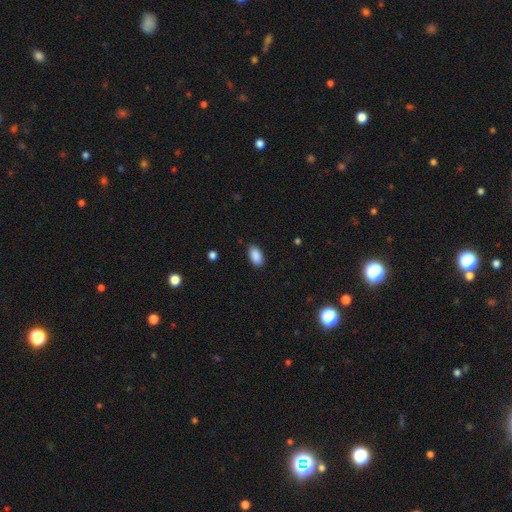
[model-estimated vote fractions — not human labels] Q: Smooth or featured?
A: smooth (90%); runner-up: star or artifact (7%)
Q: How rounded?
A: in between (94%); runner-up: round (4%)
Q: Merging?
A: none (88%); runner-up: minor disturbance (9%)